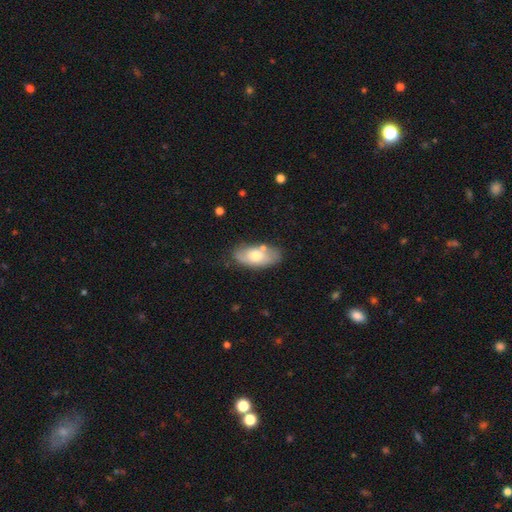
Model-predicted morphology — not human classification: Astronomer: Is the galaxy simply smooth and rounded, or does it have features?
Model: smooth — 60%.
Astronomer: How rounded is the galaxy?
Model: in between — 91%.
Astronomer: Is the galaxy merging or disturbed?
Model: none — 70%.